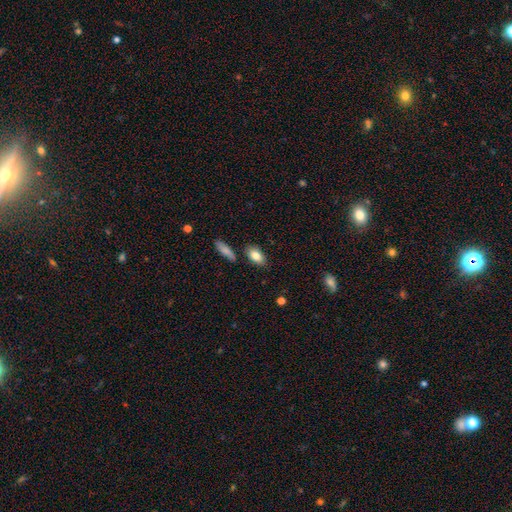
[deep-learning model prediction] This is clearly a smooth galaxy (82%). How rounded: clearly in between (89%). Merging: clearly none (81%).